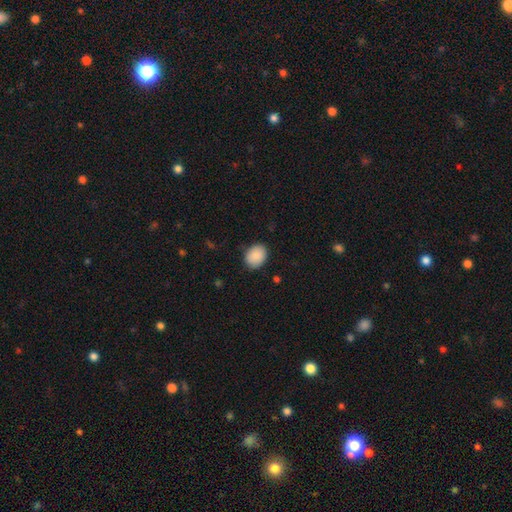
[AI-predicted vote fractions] The model was most divided on "how rounded": in between: 59%, round: 40%, cigar-shaped: 1%. More confident: smooth or featured — smooth (88%); merging — none (85%).